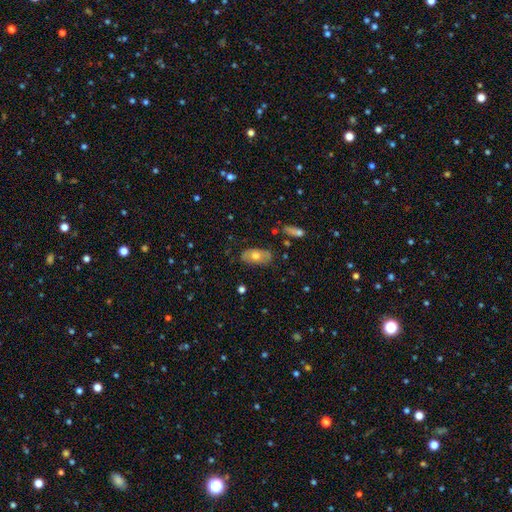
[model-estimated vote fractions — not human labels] smooth-or-featured: smooth: 56% | featured or disk: 36% | star or artifact: 8%
  how-rounded: in between: 90% | round: 7% | cigar-shaped: 3%
  merging: none: 73% | minor disturbance: 19% | major disturbance: 5% | merger: 2%